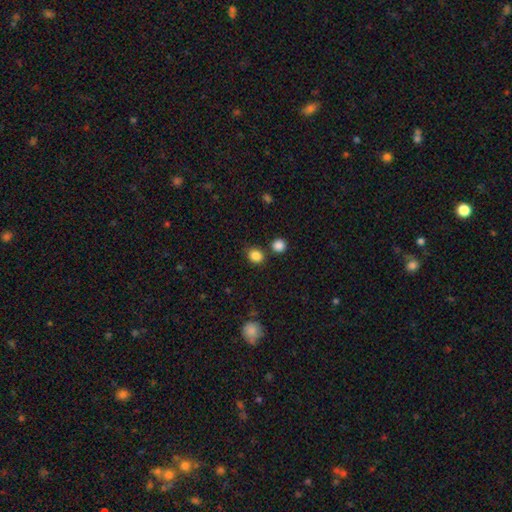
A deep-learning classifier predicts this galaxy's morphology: A smooth galaxy with no disk features (85%) that is round (71%). Merging: none (78%).